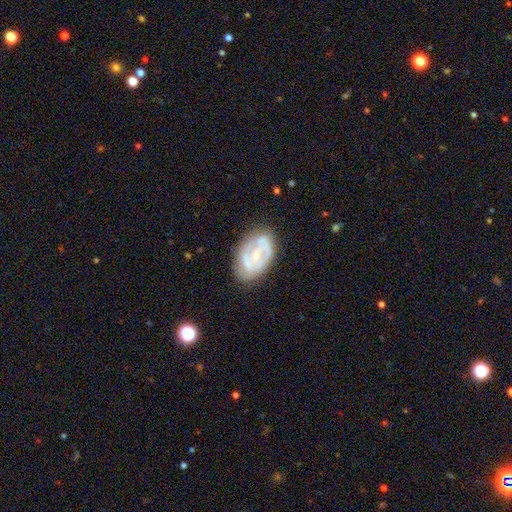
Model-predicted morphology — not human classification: Smooth or featured? featured or disk (71%)
Edge-on disk? no (96%)
Bar? no (49%)
Spiral arms? yes (70%)
Bulge size? small (56%)
Merging? none (72%)